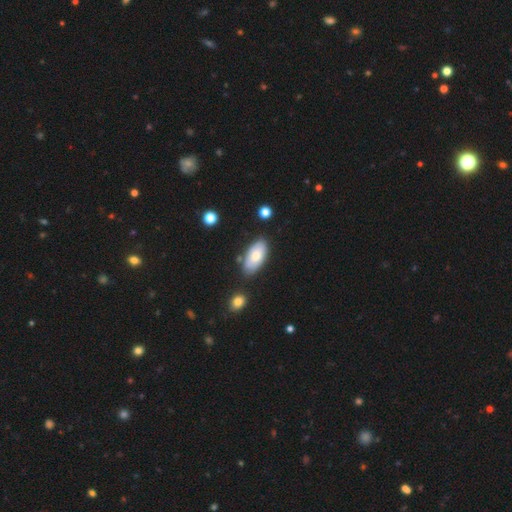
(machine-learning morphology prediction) smooth_or_featured: smooth (p=0.71) [alt: featured or disk p=0.23]
how_rounded: in between (p=0.93) [alt: cigar-shaped p=0.04]
merging: none (p=0.76) [alt: minor disturbance p=0.15]